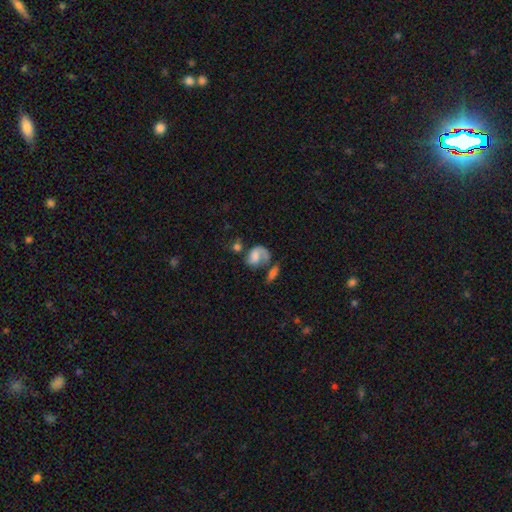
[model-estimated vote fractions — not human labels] Q: Smooth or featured?
A: smooth (46%); runner-up: featured or disk (44%)
Q: Merging?
A: major disturbance (30%); runner-up: none (28%)